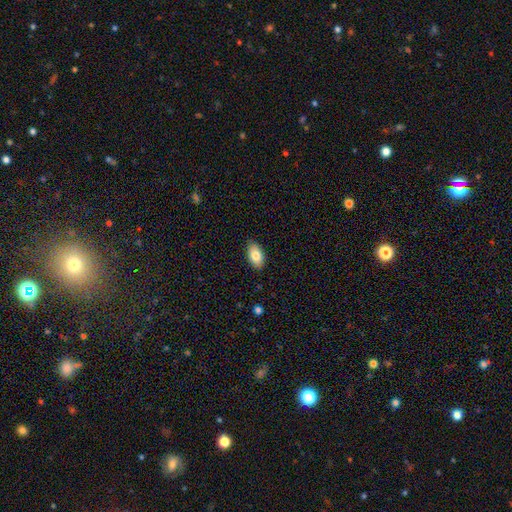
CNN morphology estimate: This appears to be a smooth galaxy with no disk features (83%) that is in between round and cigar-shaped (94%). Merging: none (87%).